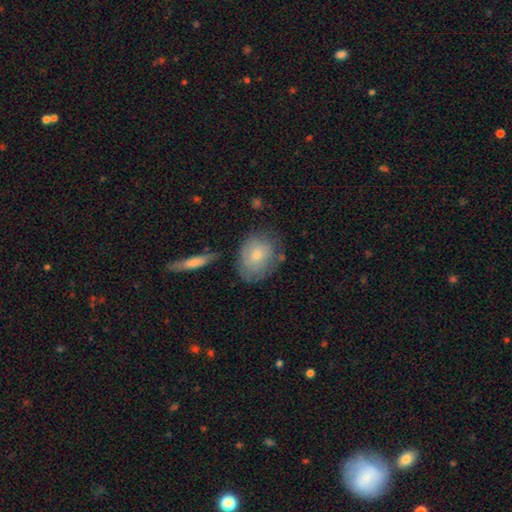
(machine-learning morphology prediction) This appears to be a smooth galaxy with no disk features (62%) that is in between round and cigar-shaped (53%). Merging: none (67%).